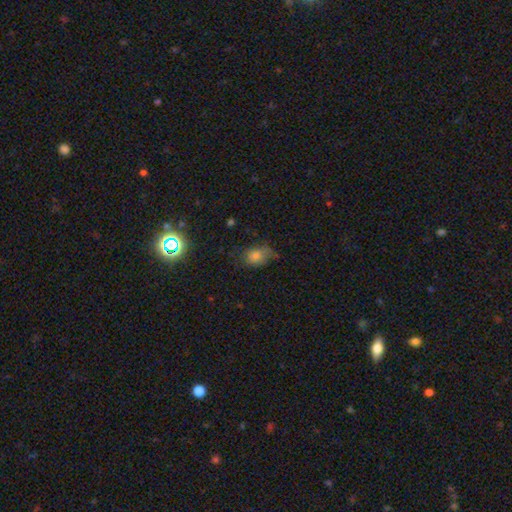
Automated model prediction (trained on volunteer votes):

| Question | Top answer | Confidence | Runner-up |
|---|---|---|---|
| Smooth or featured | smooth | 70% | star or artifact (19%) |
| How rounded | in between | 68% | round (30%) |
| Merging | none | 53% | minor disturbance (31%) |